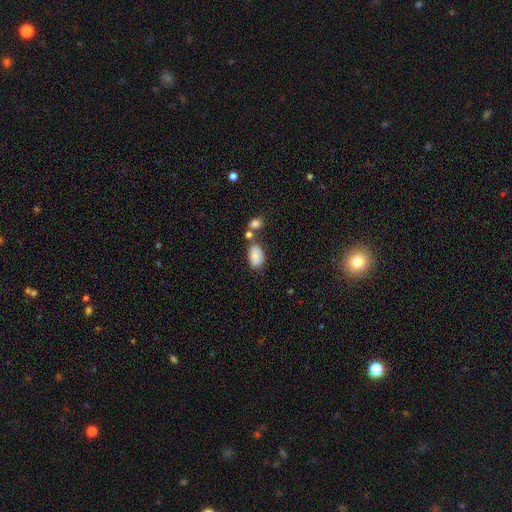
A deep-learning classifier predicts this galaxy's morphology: This is clearly a smooth galaxy (82%). How rounded: clearly in between (91%). Merging: possibly none (51%).